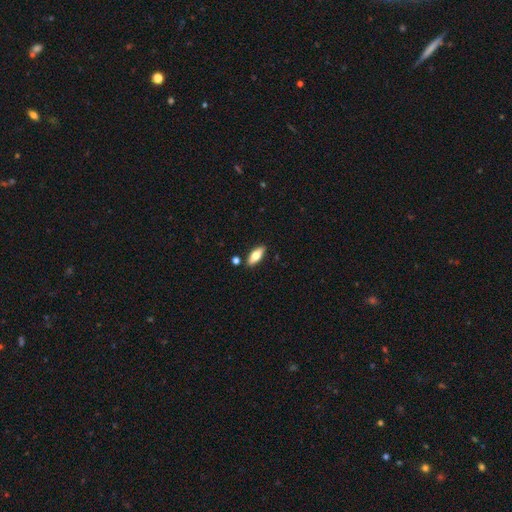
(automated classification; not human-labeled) A smooth galaxy with no disk features (68%) that is in between round and cigar-shaped (74%).

Vote fractions:
- Smooth or featured? smooth: 68% / featured or disk: 26% / star or artifact: 6%
- How rounded? in between: 74% / cigar-shaped: 24% / round: 2%
- Merging? none: 86% / minor disturbance: 9% / merger: 4% / major disturbance: 2%